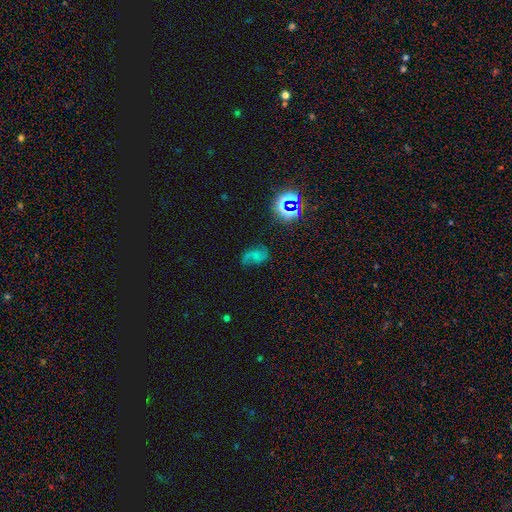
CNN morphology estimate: type=featured or disk (62%); edge-on=no (97%); bar=no (61%); spiral arms=yes (91%); winding=loose (67%); arm count=2 (84%); bulge=none (45%); merging=none (60%).